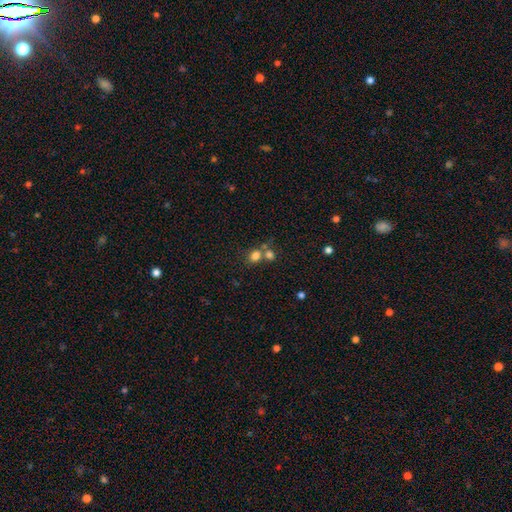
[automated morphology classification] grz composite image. It shows a smooth galaxy with no disk features (79%) that is round (67%). Merging: none (47%).